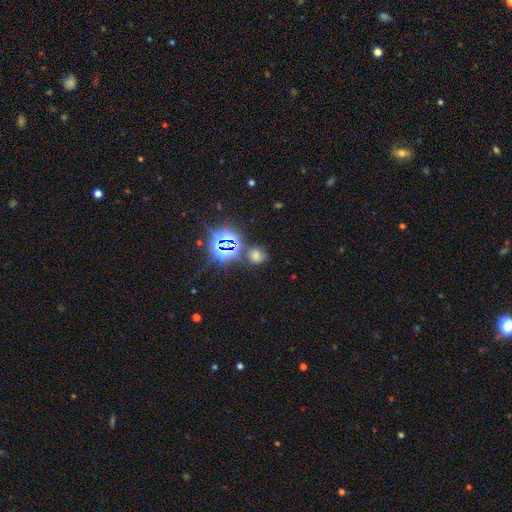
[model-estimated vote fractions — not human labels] A smooth galaxy with no disk features (50%) that is round (63%).

Vote fractions:
- Smooth or featured? smooth: 50% / star or artifact: 40% / featured or disk: 10%
- How rounded? round: 63% / in between: 35% / cigar-shaped: 2%
- Merging? none: 71% / minor disturbance: 15% / merger: 8% / major disturbance: 6%